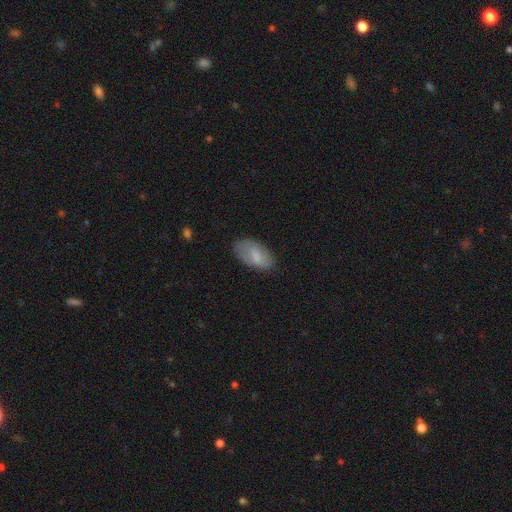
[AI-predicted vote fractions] smooth-or-featured: smooth: 70% | featured or disk: 23% | star or artifact: 7%
  how-rounded: in between: 93% | cigar-shaped: 4% | round: 3%
  merging: none: 75% | minor disturbance: 19% | major disturbance: 5% | merger: 1%